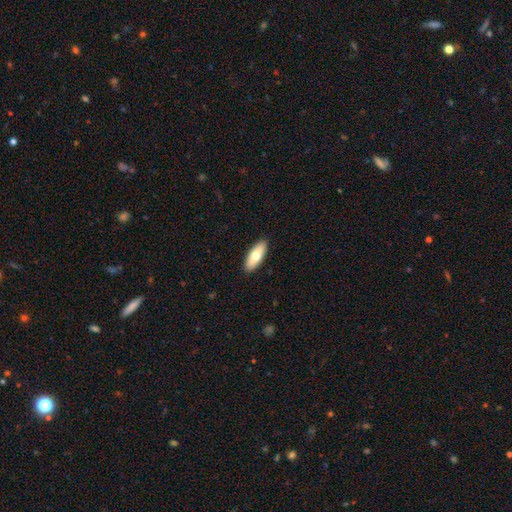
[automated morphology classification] This appears to be a smooth galaxy with no disk features (73%) that is in between round and cigar-shaped (74%). Merging: none (91%).